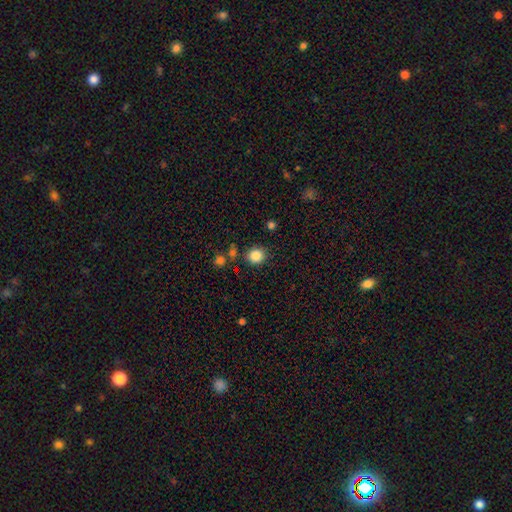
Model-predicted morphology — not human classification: Q: Smooth or featured?
A: smooth (85%); runner-up: star or artifact (11%)
Q: How rounded?
A: round (85%); runner-up: in between (14%)
Q: Merging?
A: none (83%); runner-up: minor disturbance (9%)